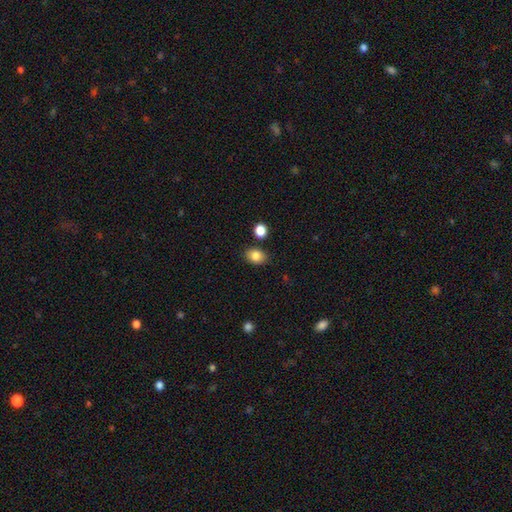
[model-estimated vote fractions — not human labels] smooth-or-featured: smooth: 84% | star or artifact: 9% | featured or disk: 6%
  how-rounded: in between: 68% | round: 31% | cigar-shaped: 1%
  merging: none: 82% | minor disturbance: 11% | merger: 4% | major disturbance: 3%